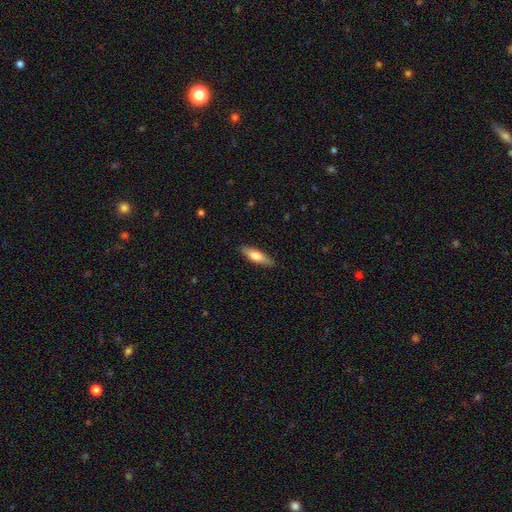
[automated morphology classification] Smooth or featured? smooth (64%)
How rounded? cigar-shaped (60%)
Merging? none (87%)